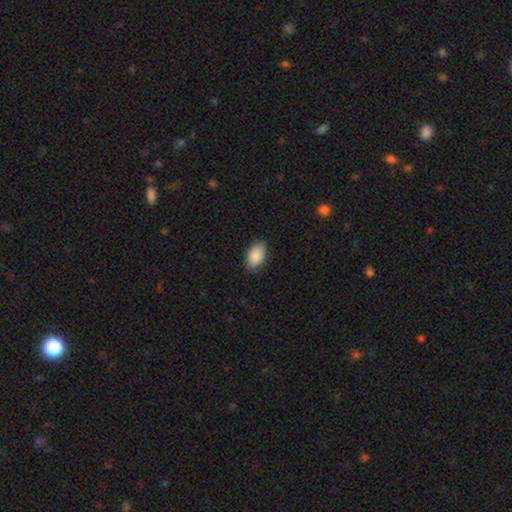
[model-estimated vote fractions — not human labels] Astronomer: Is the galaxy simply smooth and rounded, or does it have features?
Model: smooth — 89%.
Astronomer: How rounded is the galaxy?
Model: in between — 92%.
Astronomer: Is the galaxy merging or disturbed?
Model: none — 85%.